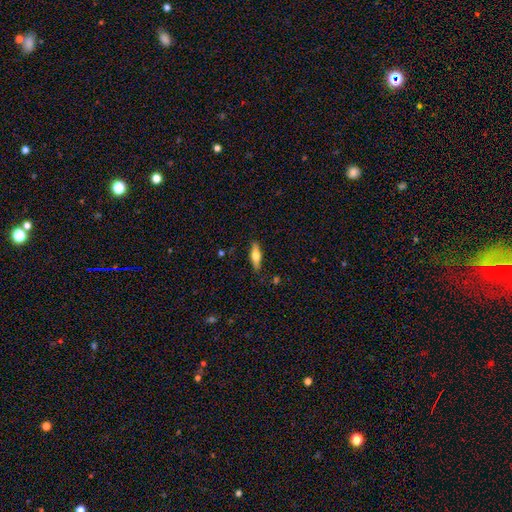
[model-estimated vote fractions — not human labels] A smooth galaxy with no disk features (51%) that is cigar-shaped (49%). Merging: none (87%).